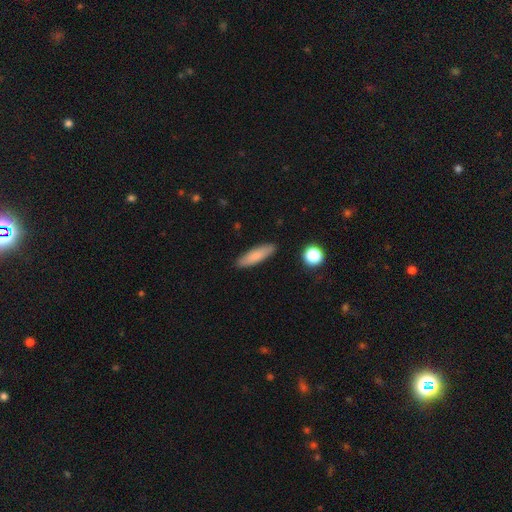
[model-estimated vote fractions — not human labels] This is clearly a smooth galaxy (82%). How rounded: likely cigar-shaped (66%). Merging: clearly none (89%).